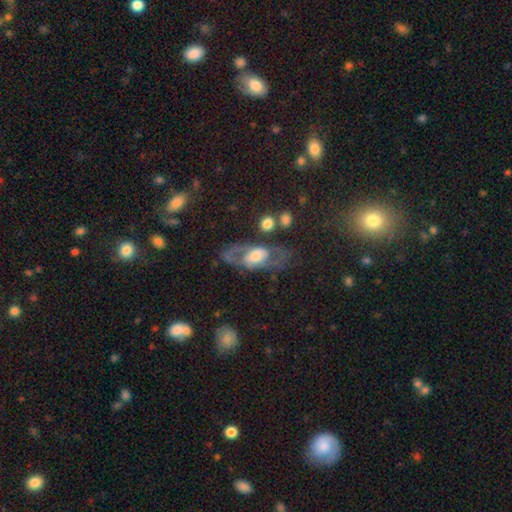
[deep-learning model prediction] Smooth or featured? featured or disk (64%)
Edge-on disk? no (87%)
Bar? no (64%)
Spiral arms? yes (51%)
Bulge size? moderate (41%)
Merging? none (56%)